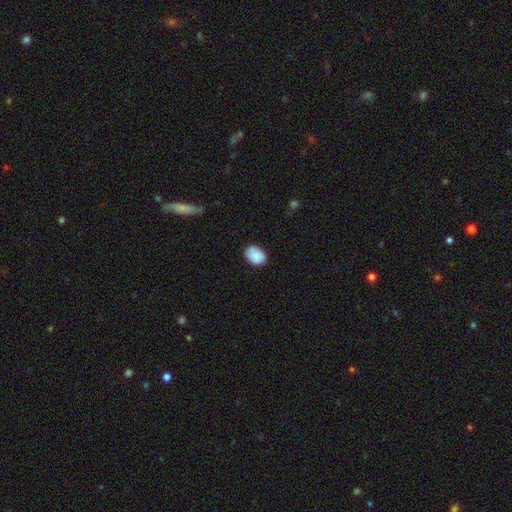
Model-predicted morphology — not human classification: This appears to be a smooth galaxy with no disk features (87%) that is in between round and cigar-shaped (68%). Merging: none (74%).